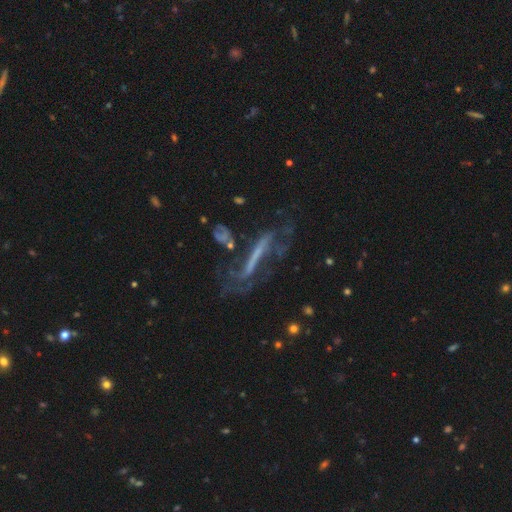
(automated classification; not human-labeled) The model was most divided on "merging": none: 45%, major disturbance: 28%, minor disturbance: 19%, merger: 9%. More confident: smooth or featured — featured or disk (69%); edge-on disk — no (59%).